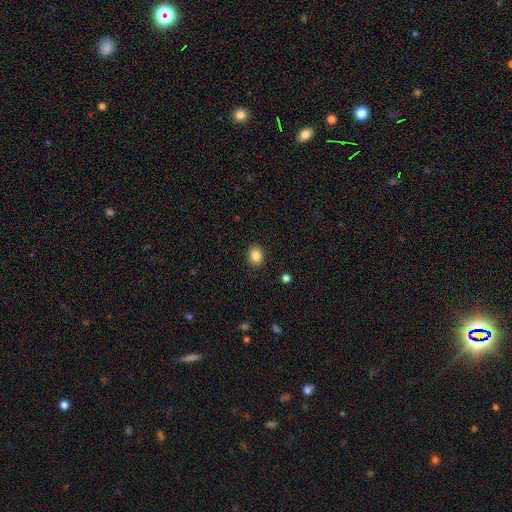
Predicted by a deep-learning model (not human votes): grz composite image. It shows a smooth galaxy with no disk features (86%) that is in between round and cigar-shaped (54%). Merging: none (89%).